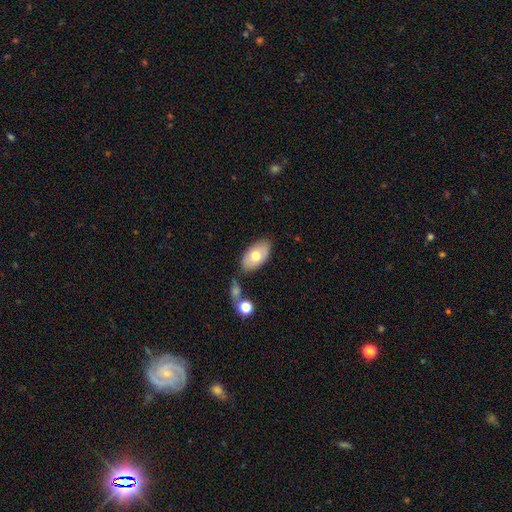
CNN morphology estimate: Smooth or featured?
  - smooth: 71% *
  - featured or disk: 23%
  - star or artifact: 6%
How rounded?
  - in between: 94% *
  - round: 4%
  - cigar-shaped: 2%
Merging?
  - none: 73% *
  - minor disturbance: 15%
  - merger: 7%
  - major disturbance: 4%